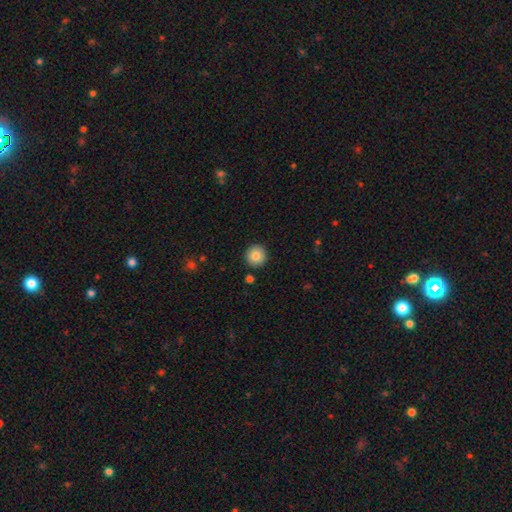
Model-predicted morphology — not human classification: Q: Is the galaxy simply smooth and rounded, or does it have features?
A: smooth — 82%.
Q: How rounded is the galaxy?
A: round — 96%.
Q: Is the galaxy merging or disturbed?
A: none — 92%.